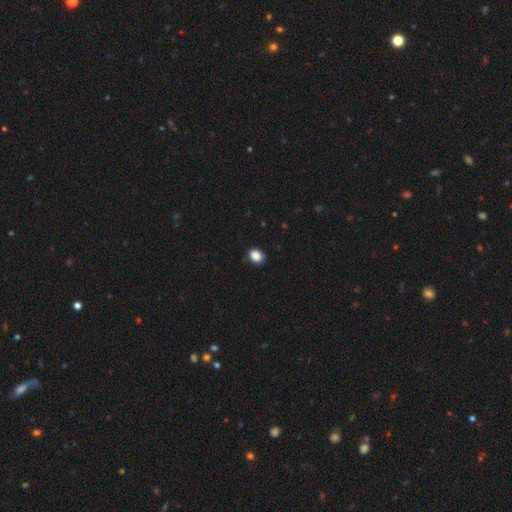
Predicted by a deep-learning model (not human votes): Smooth or featured?
  - smooth: 87% *
  - star or artifact: 10%
  - featured or disk: 3%
How rounded?
  - round: 54% *
  - in between: 45%
  - cigar-shaped: 1%
Merging?
  - none: 86% *
  - minor disturbance: 11%
  - major disturbance: 2%
  - merger: 1%